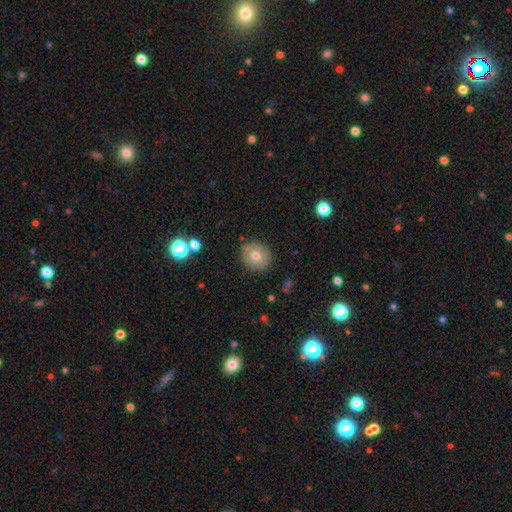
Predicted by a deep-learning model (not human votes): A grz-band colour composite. It shows a smooth galaxy with no disk features (71%) that is round (83%). Merging: none (87%).